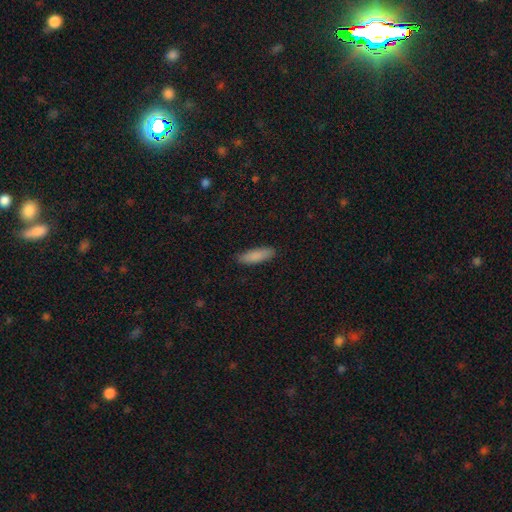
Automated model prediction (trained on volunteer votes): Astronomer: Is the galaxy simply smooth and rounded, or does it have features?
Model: smooth — 87%.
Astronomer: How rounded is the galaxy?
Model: cigar-shaped — 54% (runner-up: in between, 45%).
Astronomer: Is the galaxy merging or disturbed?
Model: none — 87%.